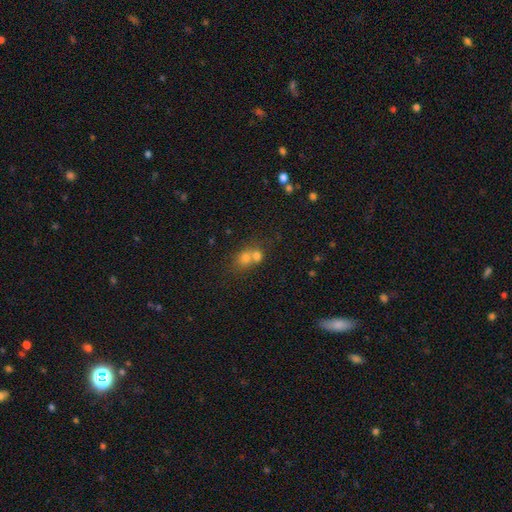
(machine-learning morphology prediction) A smooth galaxy with no disk features (66%) that is round (63%).

Vote fractions:
- Smooth or featured? smooth: 66% / star or artifact: 18% / featured or disk: 16%
- How rounded? round: 63% / in between: 36% / cigar-shaped: 2%
- Merging? merger: 59% / none: 30% / minor disturbance: 7% / major disturbance: 4%